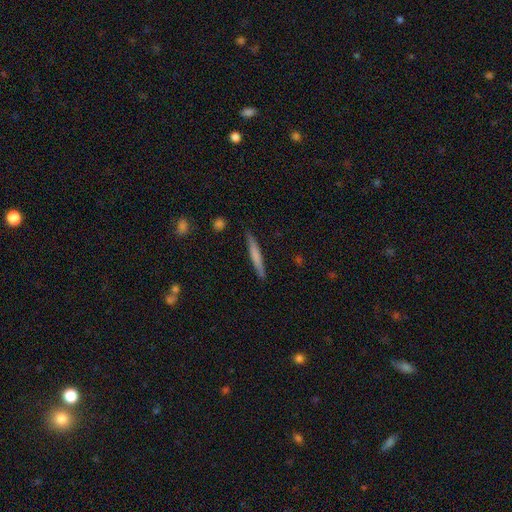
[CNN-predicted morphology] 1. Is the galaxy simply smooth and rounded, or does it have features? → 63% smooth, 31% featured or disk, 6% star or artifact.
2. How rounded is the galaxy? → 96% cigar-shaped, 3% in between, 1% round.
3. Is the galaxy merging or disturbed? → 87% none, 10% minor disturbance, 2% major disturbance, 1% merger.